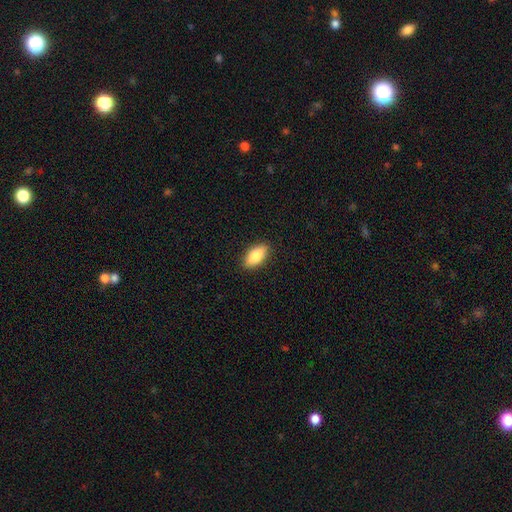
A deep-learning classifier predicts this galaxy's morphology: Smooth or featured: smooth — 81% (featured or disk — 13%)
How rounded: in between — 86% (cigar-shaped — 11%)
Merging: none — 89% (minor disturbance — 9%)